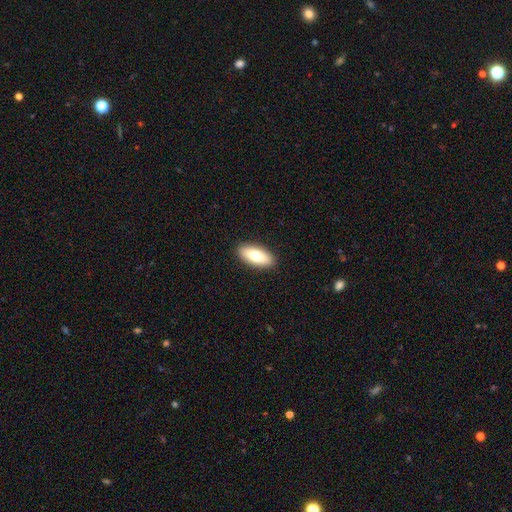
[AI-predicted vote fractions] The model was most divided on "smooth or featured": smooth: 74%, featured or disk: 20%, star or artifact: 6%. More confident: merging — none (91%); how rounded — in between (83%).